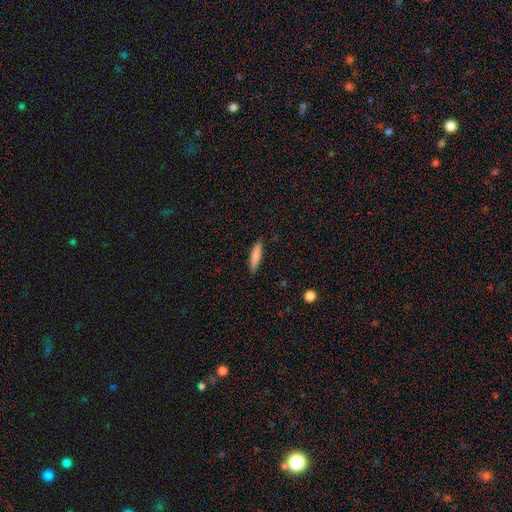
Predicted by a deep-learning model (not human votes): The model was most divided on "how rounded": cigar-shaped: 82%, in between: 17%, round: 1%. More confident: merging — none (88%); smooth or featured — smooth (83%).